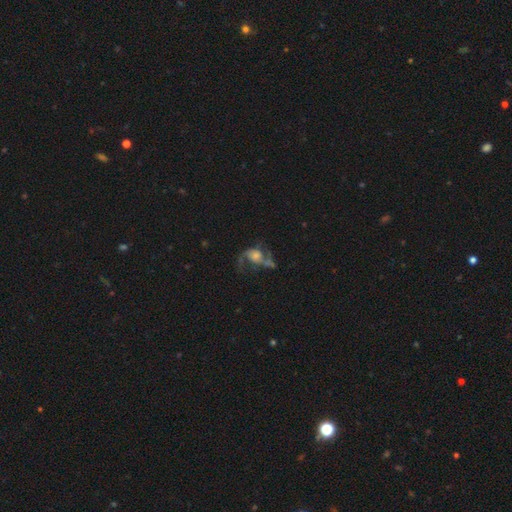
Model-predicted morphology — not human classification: Overall: featured or disk (71%). Edge-on disk: no (96%). Bar: no (68%). Spiral arms: yes (84%). Spiral arm count: 2 (78%). Spiral winding: loose (66%; medium 28%). Bulge size: moderate (39%; small 26%). Merging: none (42%; major disturbance 34%).